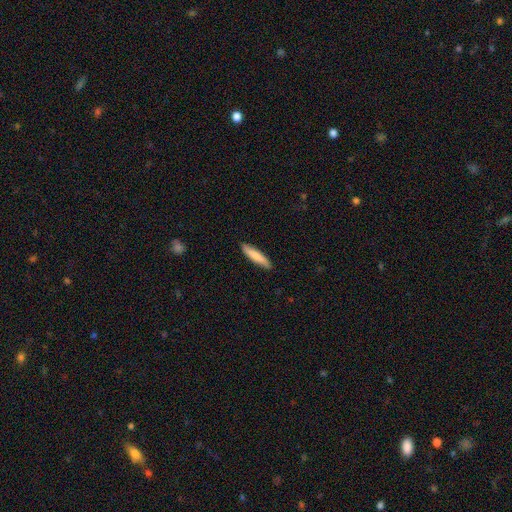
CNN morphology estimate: type=smooth (80%); roundness=cigar-shaped (84%); merging=none (88%).